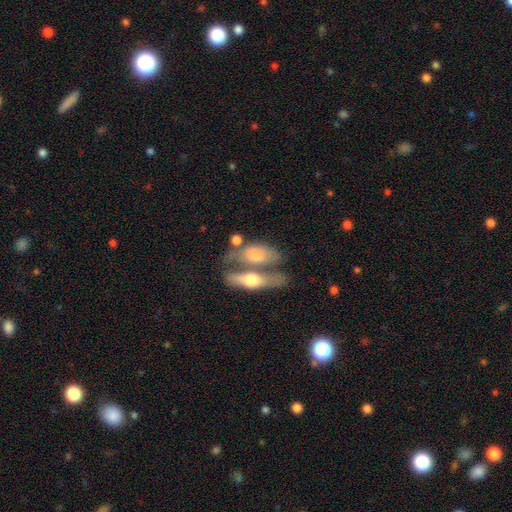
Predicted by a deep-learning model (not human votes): The model was most divided on "smooth or featured": featured or disk: 47%, smooth: 45%, star or artifact: 7%. Remaining: merging — merger (49%).